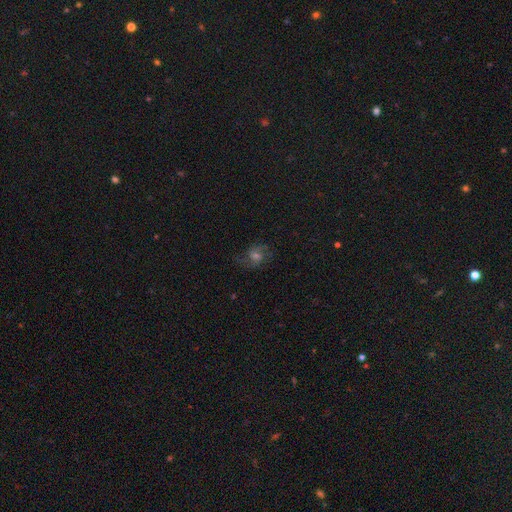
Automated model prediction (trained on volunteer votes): The model was most divided on "bar": no: 52%, weak: 40%, strong: 8%. Remaining: edge-on disk — no (97%); spiral arms — yes (92%); spiral arm count — 2 (80%); merging — none (72%); smooth or featured — featured or disk (61%); spiral winding — medium (49%); bulge size — moderate (47%).